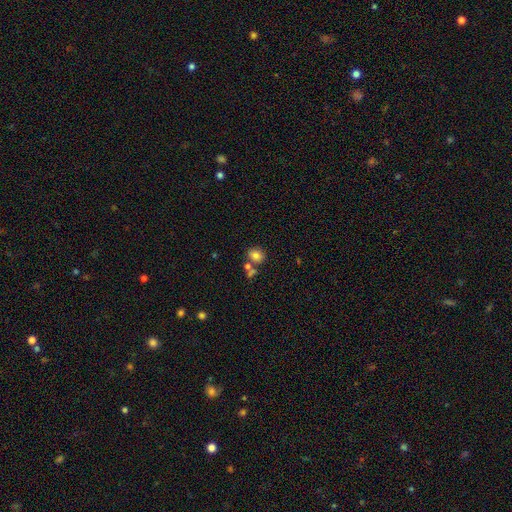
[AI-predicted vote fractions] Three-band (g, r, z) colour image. It shows a smooth galaxy with no disk features (78%) that is round (68%). Merging: none (64%).